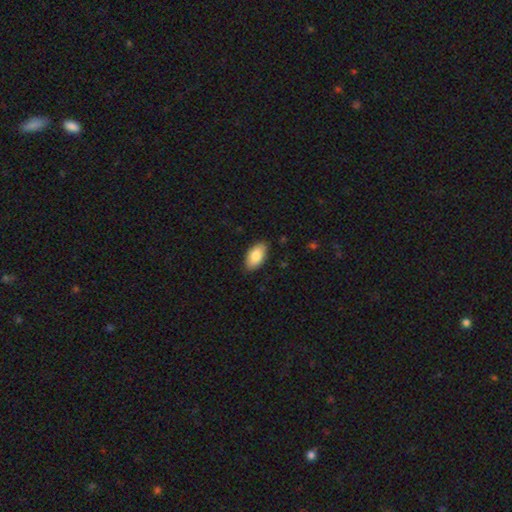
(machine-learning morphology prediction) The model was most divided on "merging": none: 86%, minor disturbance: 11%, major disturbance: 2%, merger: 1%. More confident: how rounded — in between (95%); smooth or featured — smooth (85%).